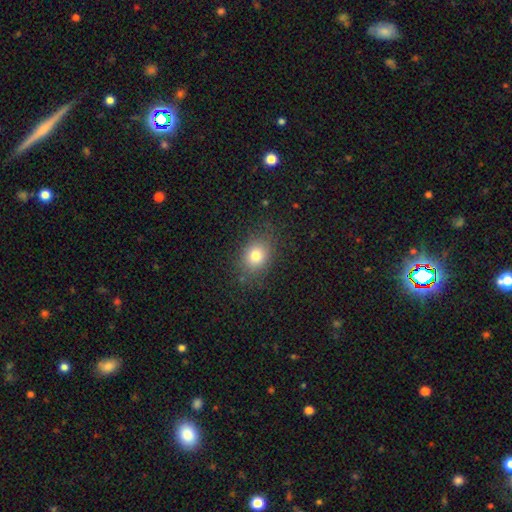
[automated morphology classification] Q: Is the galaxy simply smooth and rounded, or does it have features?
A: smooth — 78%.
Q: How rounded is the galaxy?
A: round — 50%.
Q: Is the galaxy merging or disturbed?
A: none — 82%.